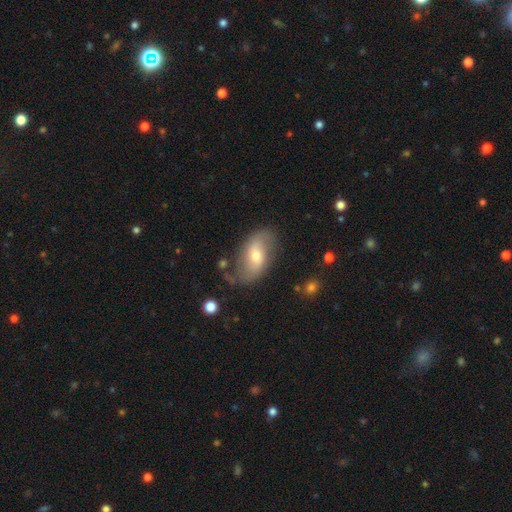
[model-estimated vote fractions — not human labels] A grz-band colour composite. It shows a featured or disk galaxy (64%) with no bar (44%), 2 (88%) loose (70%) spiral arms (84%) and a moderate central bulge (53%). Merging: none (67%).